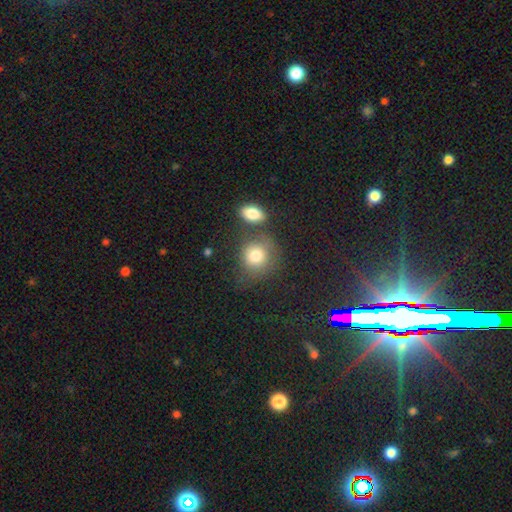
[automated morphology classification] Overall: smooth (79%). How rounded: round (79%). Merging: none (57%; merger 18%).